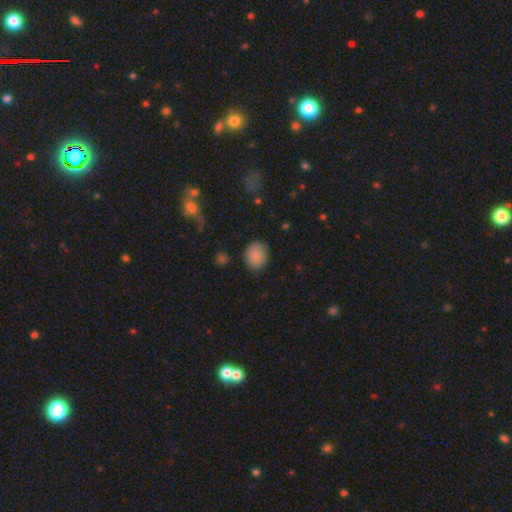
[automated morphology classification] A smooth galaxy with no disk features (86%) that is round (65%).

Vote fractions:
- Smooth or featured? smooth: 86% / star or artifact: 8% / featured or disk: 6%
- How rounded? round: 65% / in between: 35% / cigar-shaped: 1%
- Merging? none: 83% / minor disturbance: 12% / major disturbance: 3% / merger: 2%